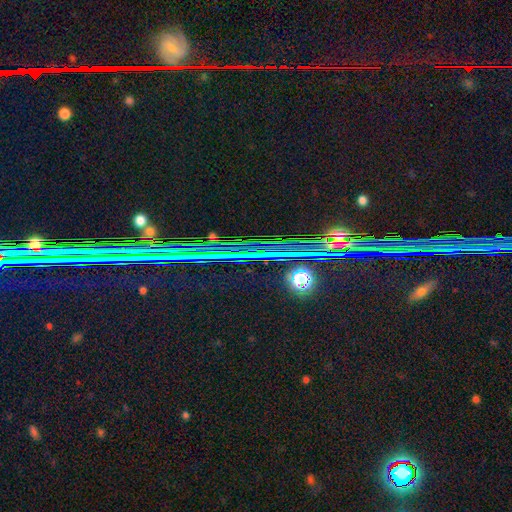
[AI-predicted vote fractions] Q: Smooth or featured?
A: star or artifact (85%); runner-up: featured or disk (8%)